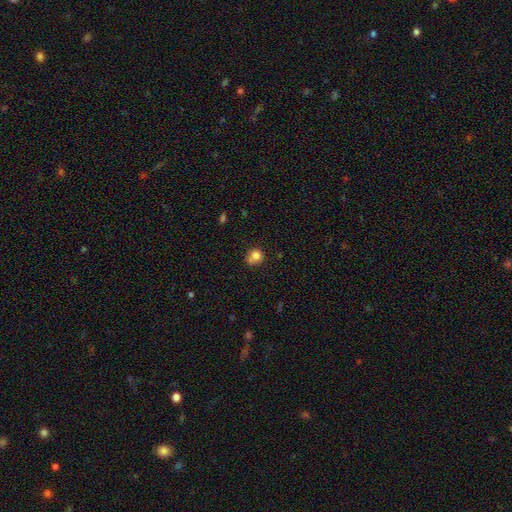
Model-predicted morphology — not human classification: Smooth or featured? Predicted: smooth (p=0.78). How rounded? Predicted: round (p=0.73). Merging? Predicted: none (p=0.49).